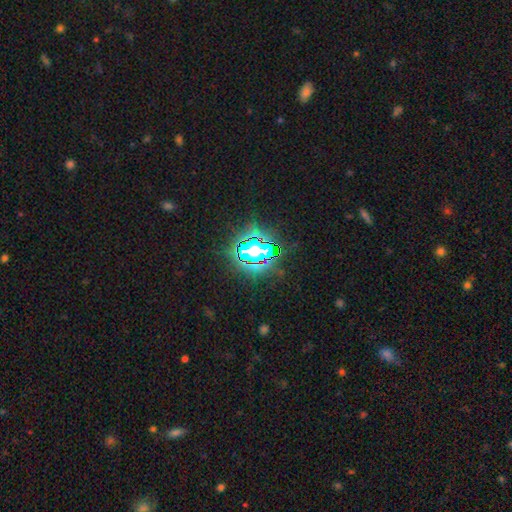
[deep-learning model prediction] Q: Smooth or featured?
A: star or artifact (81%); runner-up: smooth (11%)